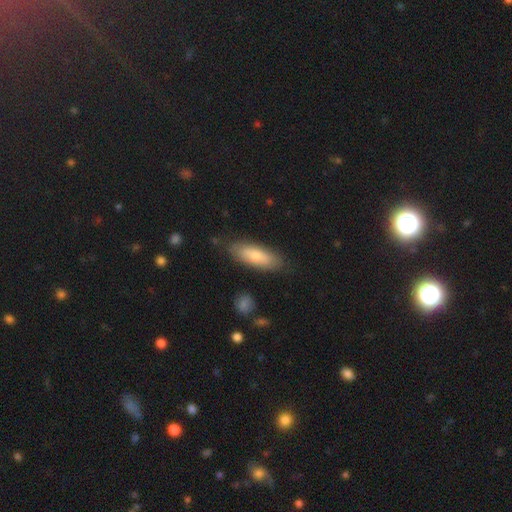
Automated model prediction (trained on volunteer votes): A smooth galaxy with no disk features (75%) that is in between round and cigar-shaped (65%).

Vote fractions:
- Smooth or featured? smooth: 75% / featured or disk: 19% / star or artifact: 6%
- How rounded? in between: 65% / cigar-shaped: 33% / round: 2%
- Merging? none: 79% / minor disturbance: 15% / major disturbance: 4% / merger: 2%